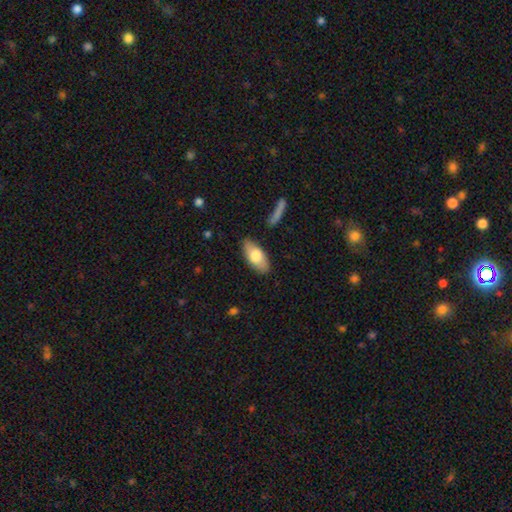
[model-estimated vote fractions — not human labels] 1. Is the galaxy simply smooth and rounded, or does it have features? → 70% smooth, 24% featured or disk, 6% star or artifact.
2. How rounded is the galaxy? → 88% in between, 9% cigar-shaped, 3% round.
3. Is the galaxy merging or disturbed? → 83% none, 12% minor disturbance, 3% major disturbance, 2% merger.